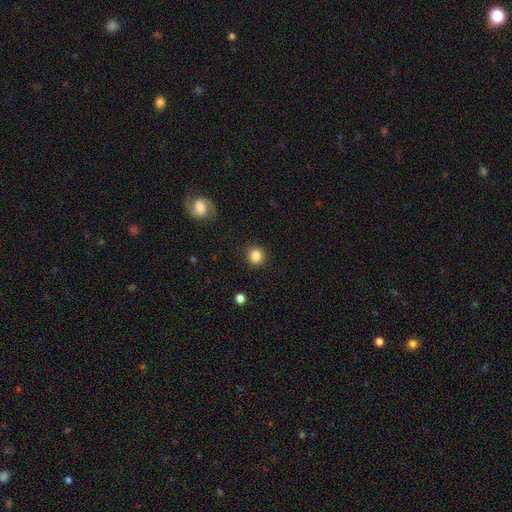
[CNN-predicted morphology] Smooth or featured?
  - smooth: 85% *
  - star or artifact: 11%
  - featured or disk: 4%
How rounded?
  - round: 89% *
  - in between: 10%
  - cigar-shaped: 1%
Merging?
  - none: 90% *
  - minor disturbance: 7%
  - major disturbance: 2%
  - merger: 1%